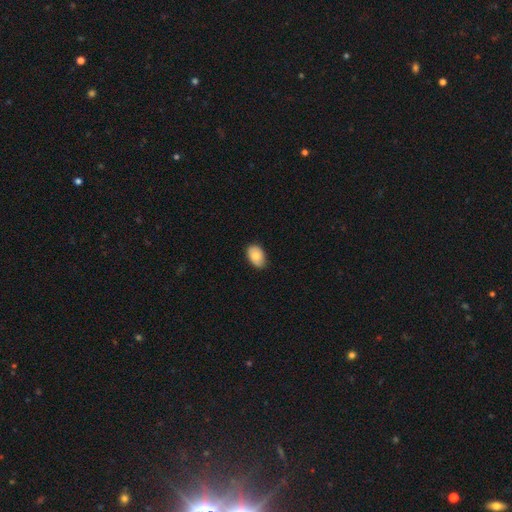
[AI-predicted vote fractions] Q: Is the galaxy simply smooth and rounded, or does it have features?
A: smooth — 80%.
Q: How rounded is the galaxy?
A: in between — 88%.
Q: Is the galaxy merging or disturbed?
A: none — 82%.